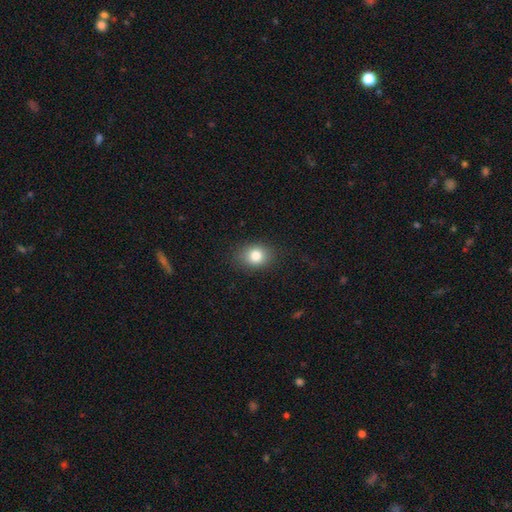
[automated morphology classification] Overall: smooth (82%). How rounded: round (50%; in between 49%). Merging: none (86%).